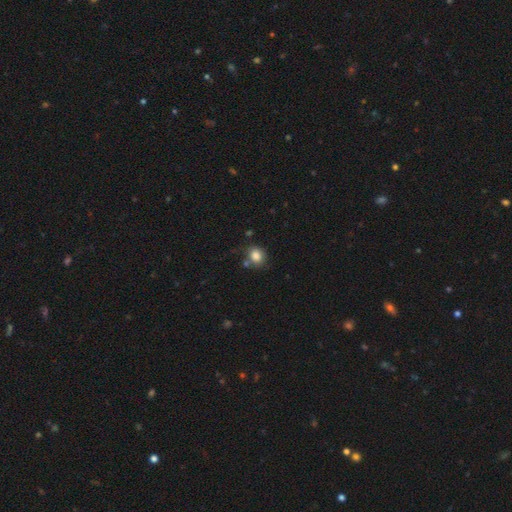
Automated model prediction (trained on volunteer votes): Smooth or featured?
  - smooth: 84% *
  - star or artifact: 10%
  - featured or disk: 6%
How rounded?
  - round: 61% *
  - in between: 38%
  - cigar-shaped: 1%
Merging?
  - none: 65% *
  - minor disturbance: 18%
  - merger: 11%
  - major disturbance: 6%